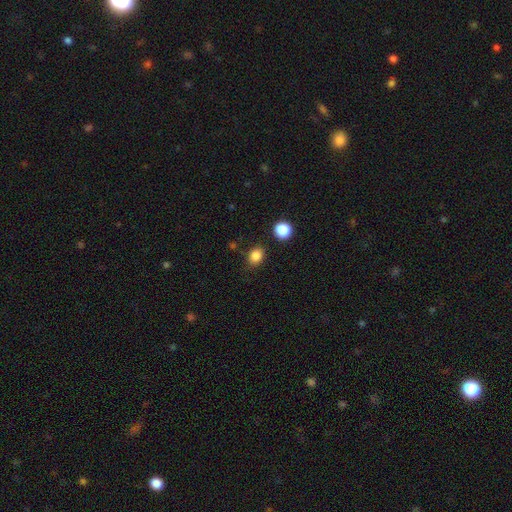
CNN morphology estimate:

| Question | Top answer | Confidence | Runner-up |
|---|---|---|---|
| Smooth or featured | smooth | 85% | star or artifact (11%) |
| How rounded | round | 52% | in between (47%) |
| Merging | none | 80% | minor disturbance (13%) |